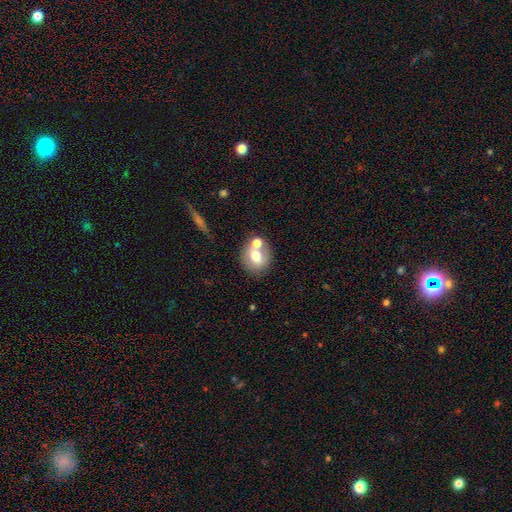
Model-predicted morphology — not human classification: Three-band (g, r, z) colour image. It shows a smooth galaxy with no disk features (66%) that is round (67%). Merging: none (53%).